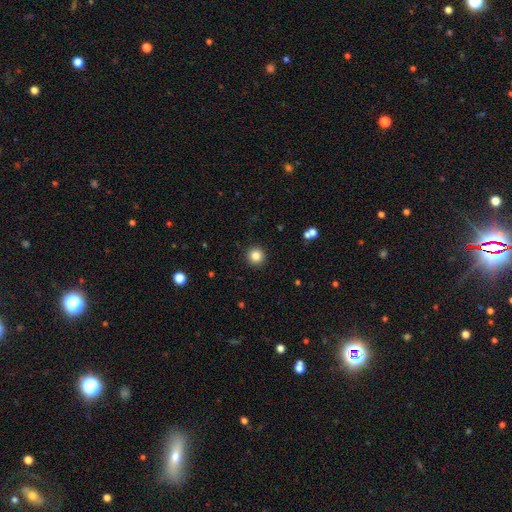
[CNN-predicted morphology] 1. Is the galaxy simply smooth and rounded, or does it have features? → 84% smooth, 11% star or artifact, 5% featured or disk.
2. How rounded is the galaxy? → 96% round, 3% in between, 1% cigar-shaped.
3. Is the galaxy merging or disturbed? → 92% none, 5% minor disturbance, 2% major disturbance, 1% merger.